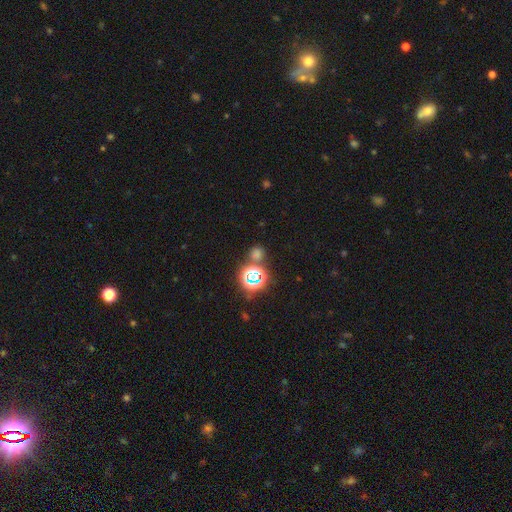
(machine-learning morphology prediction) Q: Smooth or featured?
A: star or artifact (62%); runner-up: smooth (30%)